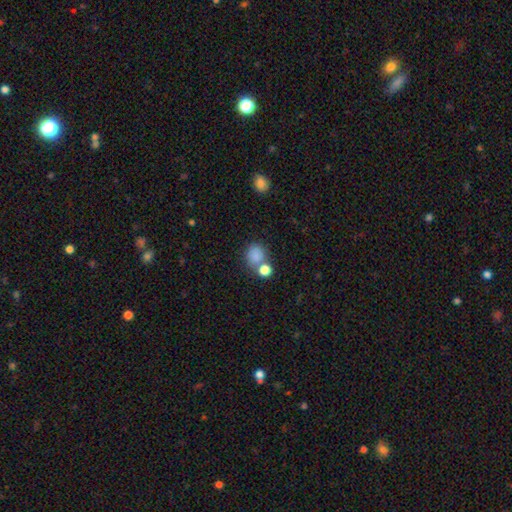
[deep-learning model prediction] smooth-or-featured: smooth: 82% | star or artifact: 12% | featured or disk: 6%
  how-rounded: round: 76% | in between: 23% | cigar-shaped: 1%
  merging: none: 58% | merger: 26% | minor disturbance: 11% | major disturbance: 5%